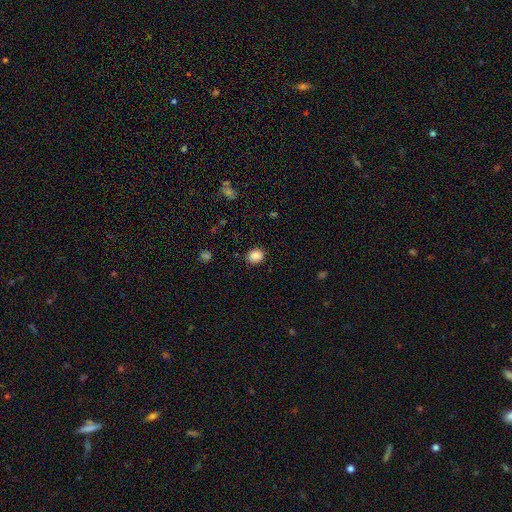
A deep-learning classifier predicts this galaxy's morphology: Smooth or featured? smooth (87%)
How rounded? round (66%)
Merging? none (87%)